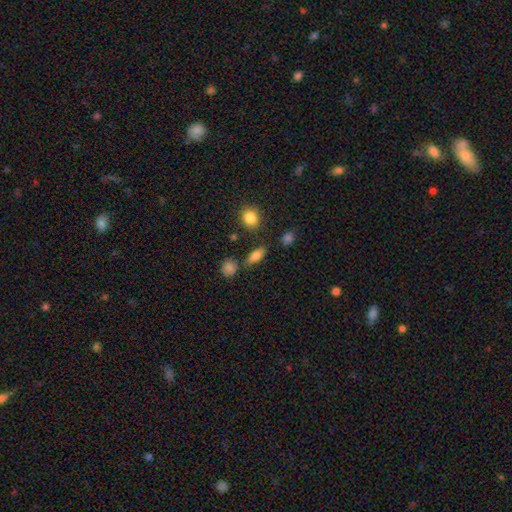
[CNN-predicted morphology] Overall: smooth (78%). How rounded: in between (70%). Merging: none (79%).